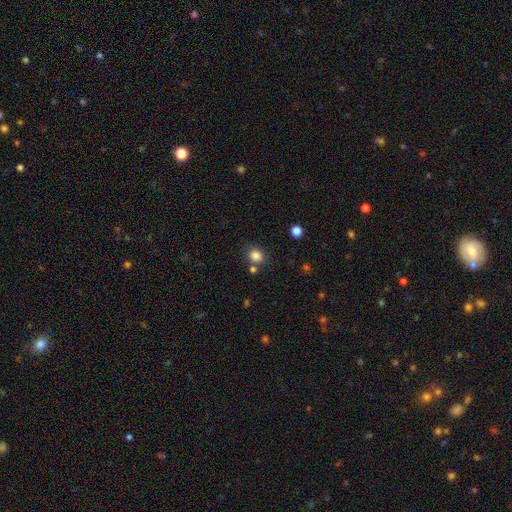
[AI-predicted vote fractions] Smooth or featured?
  - smooth: 84% *
  - star or artifact: 12%
  - featured or disk: 5%
How rounded?
  - round: 73% *
  - in between: 26%
  - cigar-shaped: 1%
Merging?
  - none: 75% *
  - minor disturbance: 11%
  - merger: 10%
  - major disturbance: 4%